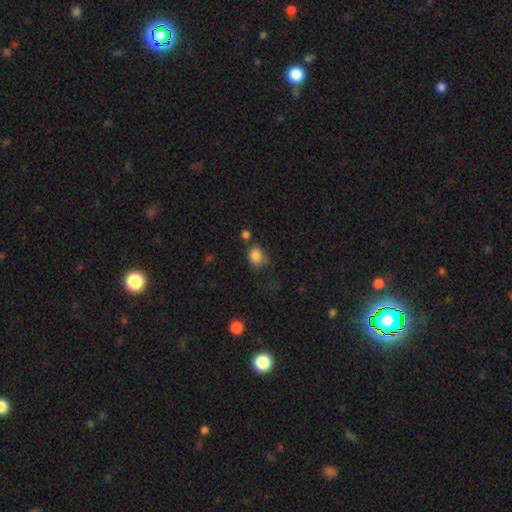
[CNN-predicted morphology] This is clearly a smooth galaxy (84%). How rounded: possibly round (57%). Merging: possibly none (59%).